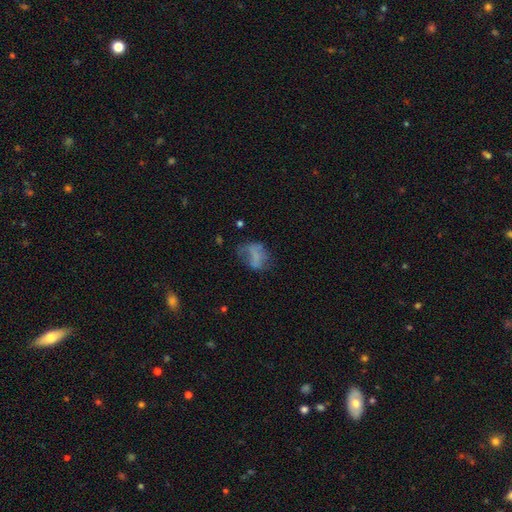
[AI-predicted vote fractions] This is possibly a smooth galaxy (55%). How rounded: likely in between (75%). Merging: marginally major disturbance (36%).